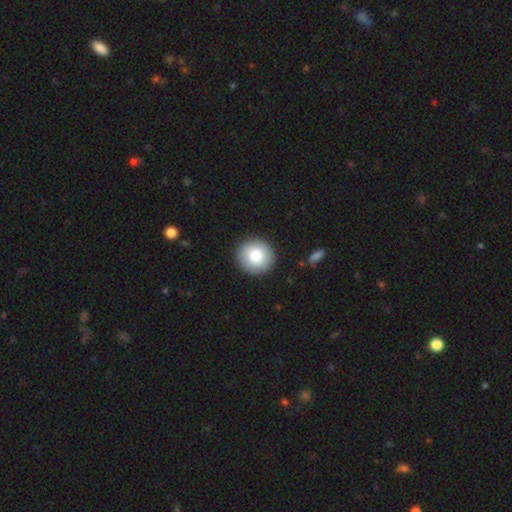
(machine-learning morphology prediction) Smooth or featured?
  - smooth: 84% *
  - featured or disk: 9%
  - star or artifact: 7%
How rounded?
  - round: 93% *
  - in between: 6%
  - cigar-shaped: 1%
Merging?
  - none: 91% *
  - minor disturbance: 6%
  - major disturbance: 2%
  - merger: 1%